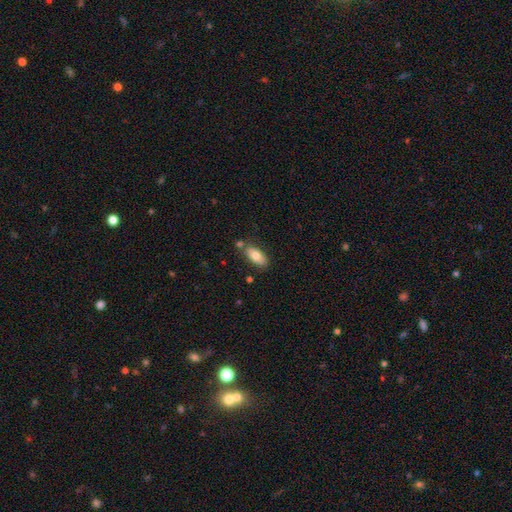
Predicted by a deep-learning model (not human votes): A smooth galaxy with no disk features (75%) that is in between round and cigar-shaped (88%). Merging: none (74%).